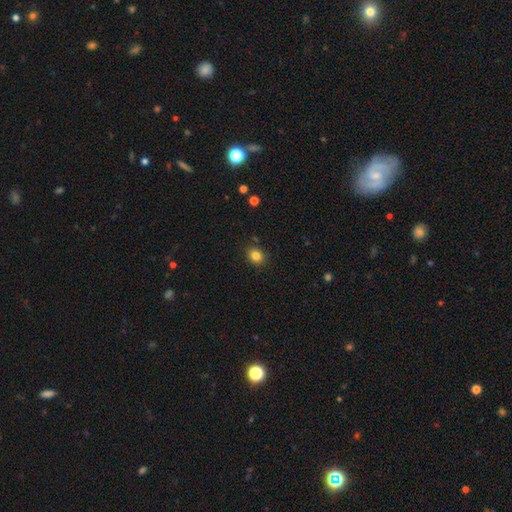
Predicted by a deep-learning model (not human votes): Q: Smooth or featured?
A: smooth (83%); runner-up: star or artifact (11%)
Q: How rounded?
A: round (53%); runner-up: in between (46%)
Q: Merging?
A: none (84%); runner-up: minor disturbance (11%)